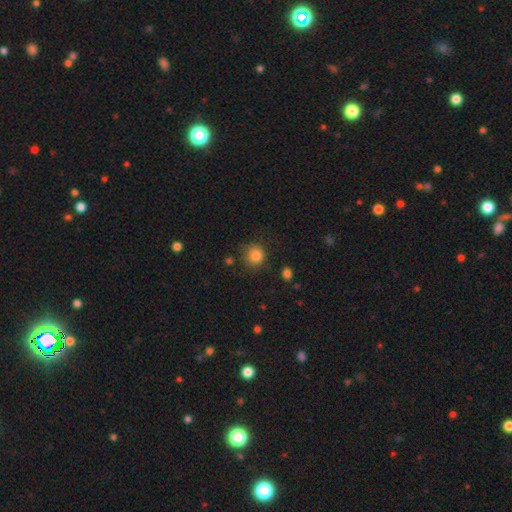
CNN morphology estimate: Overall: smooth (84%). How rounded: round (89%). Merging: none (80%).